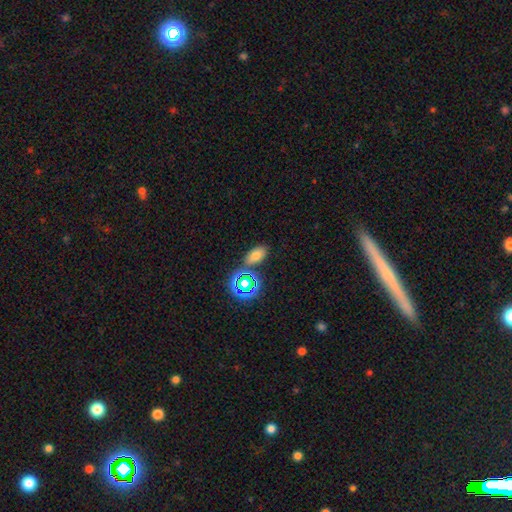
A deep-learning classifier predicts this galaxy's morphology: Smooth or featured? Predicted: smooth (p=0.64). How rounded? Predicted: in between (p=0.86). Merging? Predicted: none (p=0.76).